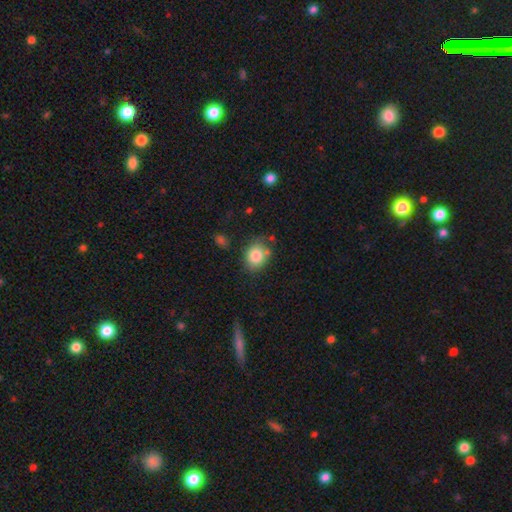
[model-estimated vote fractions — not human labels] Smooth or featured? Predicted: smooth (p=0.82). How rounded? Predicted: round (p=0.57). Merging? Predicted: none (p=0.69).